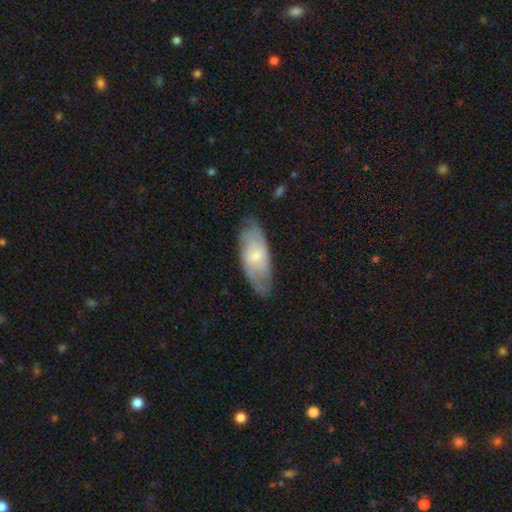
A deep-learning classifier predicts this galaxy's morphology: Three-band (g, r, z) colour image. It shows a smooth galaxy with no disk features (49%). Merging: none (75%).